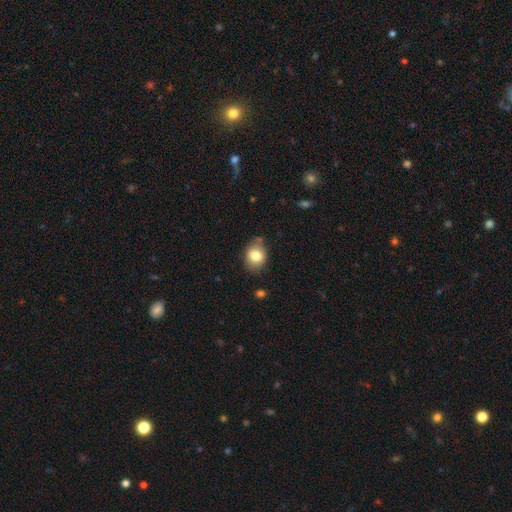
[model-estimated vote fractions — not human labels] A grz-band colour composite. It shows a smooth galaxy with no disk features (80%) that is in between round and cigar-shaped (56%). Merging: none (76%).